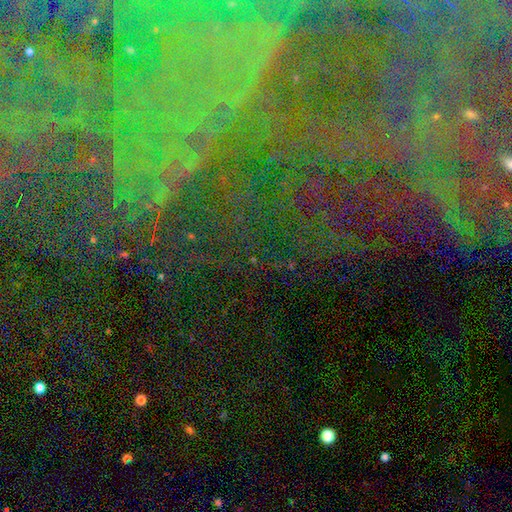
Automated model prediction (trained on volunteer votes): Smooth or featured: star or artifact — 60% (featured or disk — 26%)